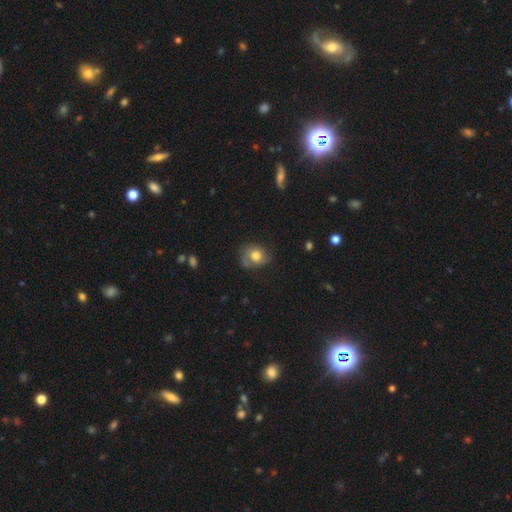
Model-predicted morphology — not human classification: smooth 69%, featured or disk 22%, star or artifact 9%. Down the decision tree: how rounded — round (68%); merging — none (58%).